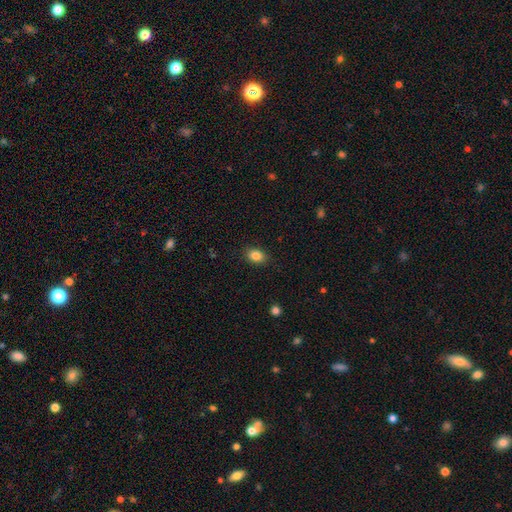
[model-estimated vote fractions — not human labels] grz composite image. It shows a smooth galaxy with no disk features (84%) that is in between round and cigar-shaped (75%). Merging: none (88%).